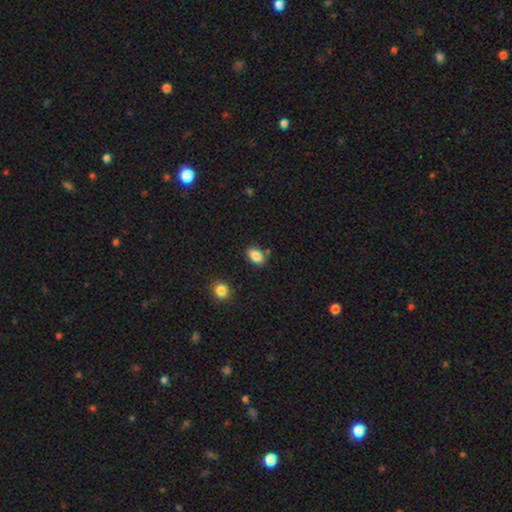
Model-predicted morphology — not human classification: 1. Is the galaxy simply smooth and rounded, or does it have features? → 86% smooth, 9% star or artifact, 5% featured or disk.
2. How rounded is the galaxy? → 86% in between, 12% round, 2% cigar-shaped.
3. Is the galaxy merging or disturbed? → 79% none, 13% minor disturbance, 6% merger, 3% major disturbance.